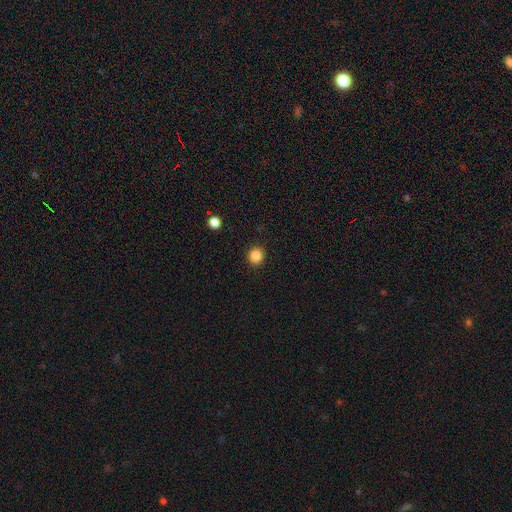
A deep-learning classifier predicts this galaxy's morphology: smooth 86%, star or artifact 11%, featured or disk 3%. Down the decision tree: how rounded — round (90%); merging — none (92%).